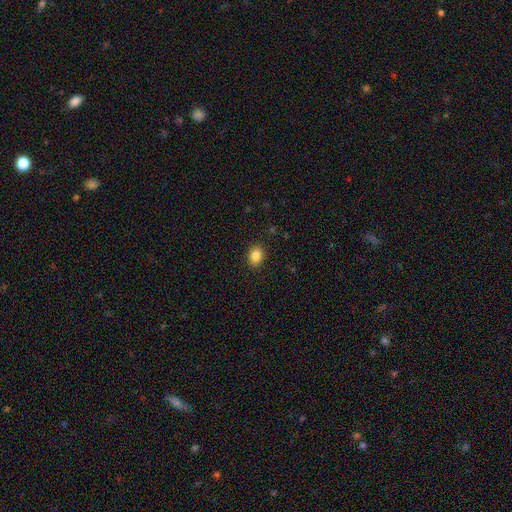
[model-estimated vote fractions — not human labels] A smooth galaxy with no disk features (85%) that is in between round and cigar-shaped (66%). Merging: none (89%).